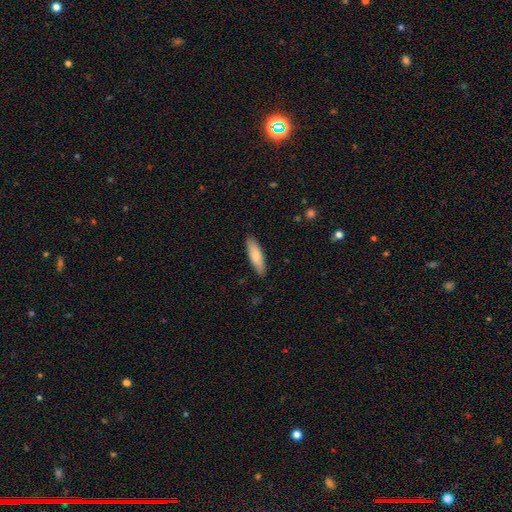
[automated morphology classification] A smooth galaxy with no disk features (79%) that is cigar-shaped (60%). Merging: none (88%).